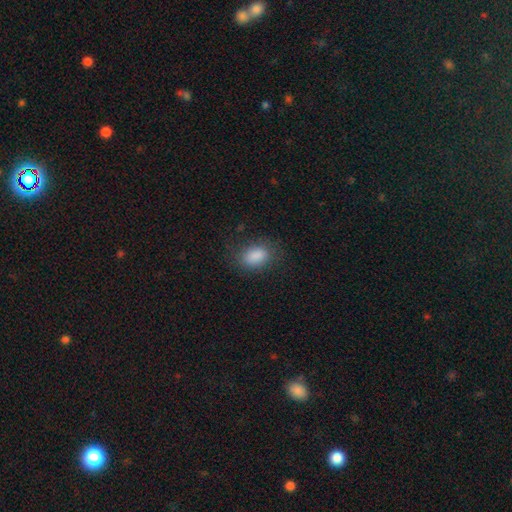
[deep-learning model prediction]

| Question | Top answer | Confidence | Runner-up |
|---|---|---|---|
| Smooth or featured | smooth | 86% | star or artifact (8%) |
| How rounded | in between | 84% | round (15%) |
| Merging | none | 77% | minor disturbance (15%) |